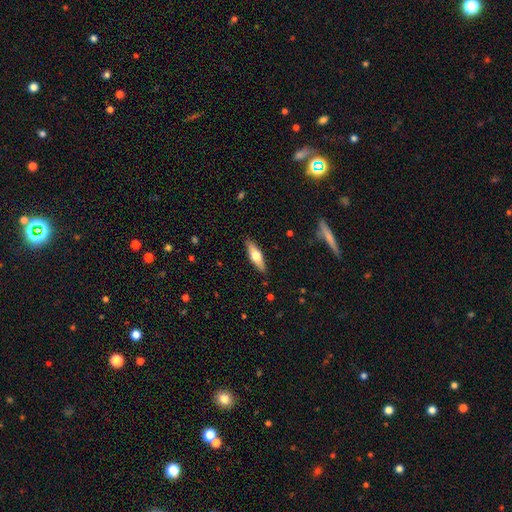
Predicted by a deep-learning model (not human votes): smooth 52%, featured or disk 43%, star or artifact 6%. Down the decision tree: how rounded — cigar-shaped (53%); merging — none (89%).